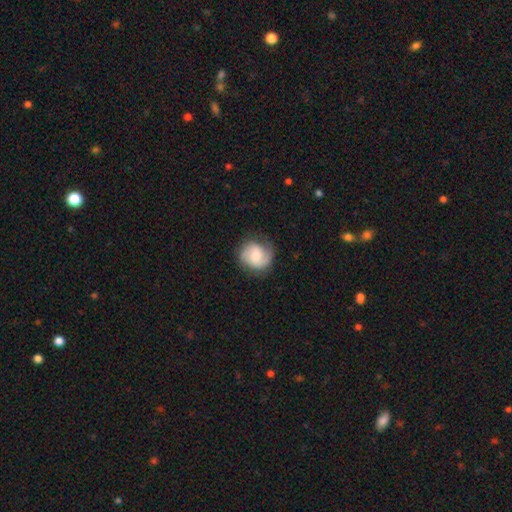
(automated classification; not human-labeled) featured or disk 60%, smooth 33%, star or artifact 7%. Down the decision tree: edge-on disk — no (98%); bar — no (57%); spiral arms — yes (93%); spiral arm count — 2 (73%); spiral winding — medium (44%); bulge size — moderate (48%); merging — none (75%).